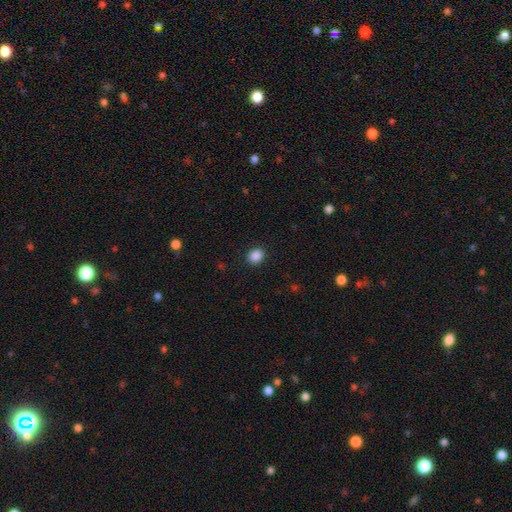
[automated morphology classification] This is clearly a smooth galaxy (88%). How rounded: likely round (63%). Merging: clearly none (90%).